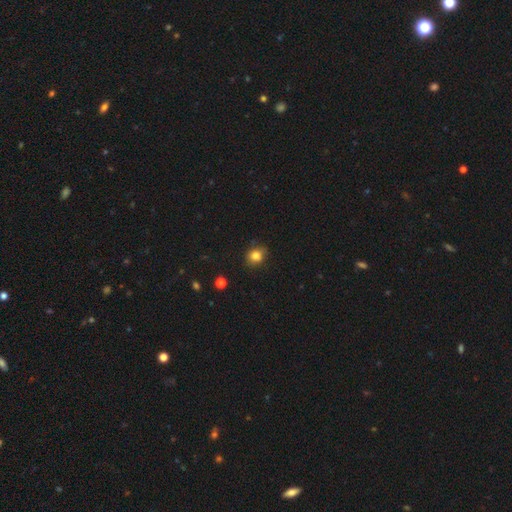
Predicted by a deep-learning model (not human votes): smooth-or-featured: smooth: 82% | star or artifact: 12% | featured or disk: 6%
  how-rounded: round: 70% | in between: 29% | cigar-shaped: 1%
  merging: none: 82% | minor disturbance: 14% | major disturbance: 3% | merger: 2%